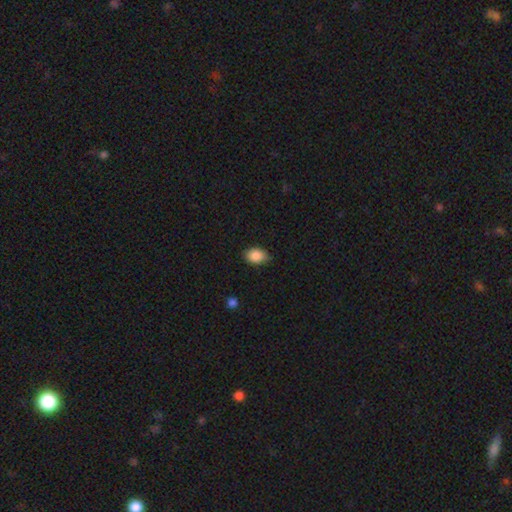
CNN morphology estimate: smooth 88%, star or artifact 8%, featured or disk 4%. Down the decision tree: how rounded — in between (81%); merging — none (80%).